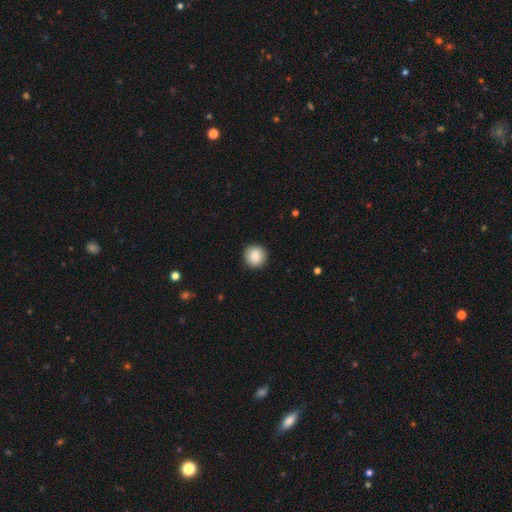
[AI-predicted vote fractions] Overall: smooth (87%). How rounded: round (92%). Merging: none (89%).